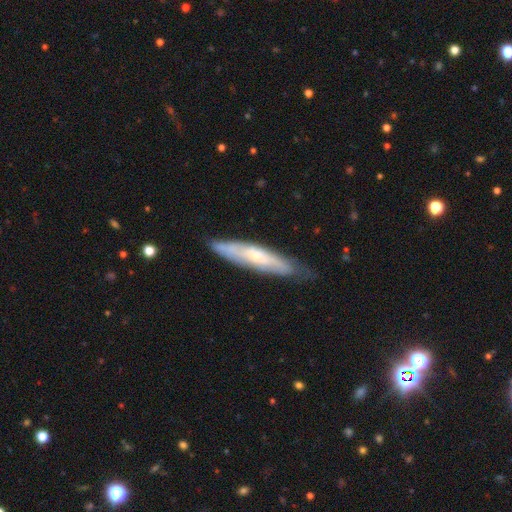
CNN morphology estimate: The model was most divided on "edge-on disk": yes: 56%, no: 44%. More confident: merging — none (72%); smooth or featured — featured or disk (56%).